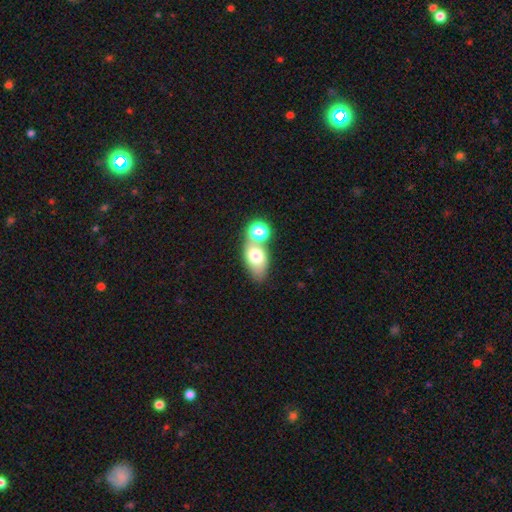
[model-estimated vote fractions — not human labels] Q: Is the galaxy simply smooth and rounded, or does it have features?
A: smooth — 68%.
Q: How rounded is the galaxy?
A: in between — 83%.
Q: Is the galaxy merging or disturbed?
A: none — 46%.